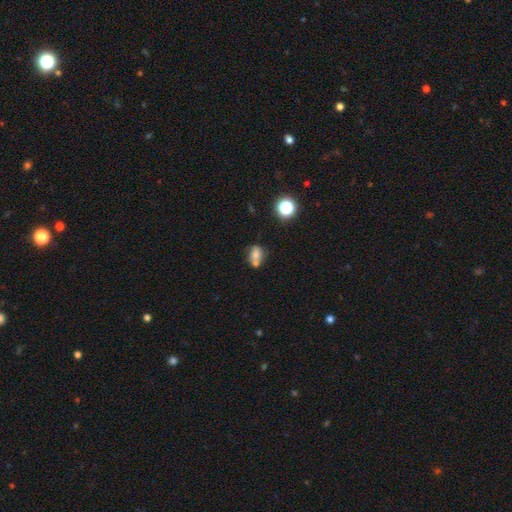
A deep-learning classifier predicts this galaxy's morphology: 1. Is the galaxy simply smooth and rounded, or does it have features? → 63% smooth, 22% featured or disk, 15% star or artifact.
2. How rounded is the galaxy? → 61% in between, 36% round, 2% cigar-shaped.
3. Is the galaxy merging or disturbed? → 42% merger, 37% none, 14% minor disturbance, 6% major disturbance.